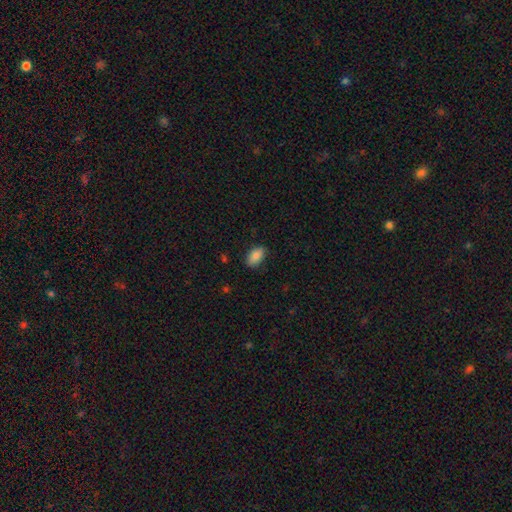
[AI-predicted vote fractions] smooth_or_featured: smooth (p=0.84) [alt: featured or disk p=0.09]
how_rounded: in between (p=0.92) [alt: round p=0.05]
merging: none (p=0.84) [alt: minor disturbance p=0.13]